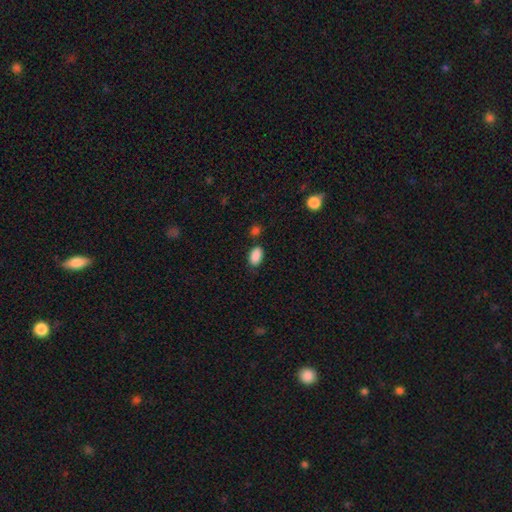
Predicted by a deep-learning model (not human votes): Smooth or featured?
  - smooth: 89% *
  - star or artifact: 8%
  - featured or disk: 3%
How rounded?
  - in between: 92% *
  - round: 6%
  - cigar-shaped: 2%
Merging?
  - none: 78% *
  - minor disturbance: 14%
  - merger: 4%
  - major disturbance: 3%